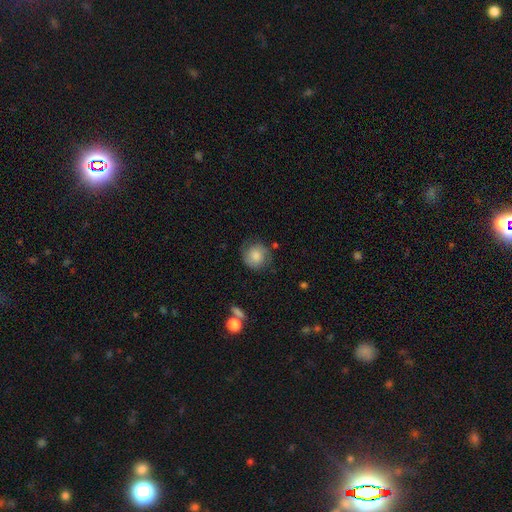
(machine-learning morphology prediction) Smooth or featured: smooth — 68% (featured or disk — 23%)
How rounded: round — 87% (in between — 12%)
Merging: none — 71% (minor disturbance — 19%)